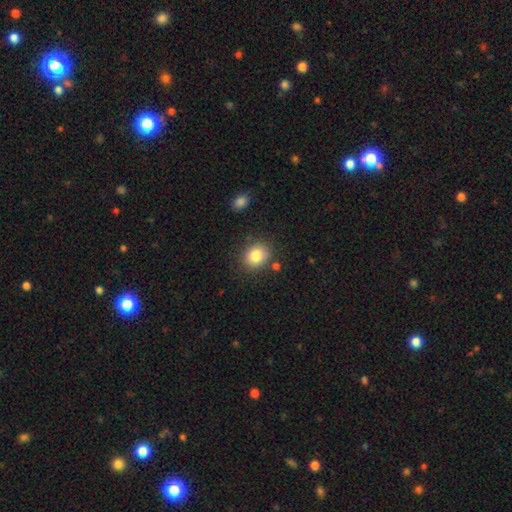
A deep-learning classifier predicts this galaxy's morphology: This is clearly a smooth galaxy (83%). How rounded: possibly round (58%). Merging: clearly none (82%).